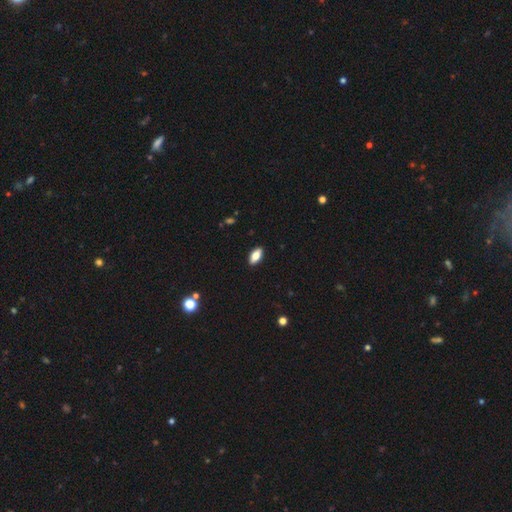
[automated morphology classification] Overall: smooth (79%). How rounded: in between (88%). Merging: none (90%).